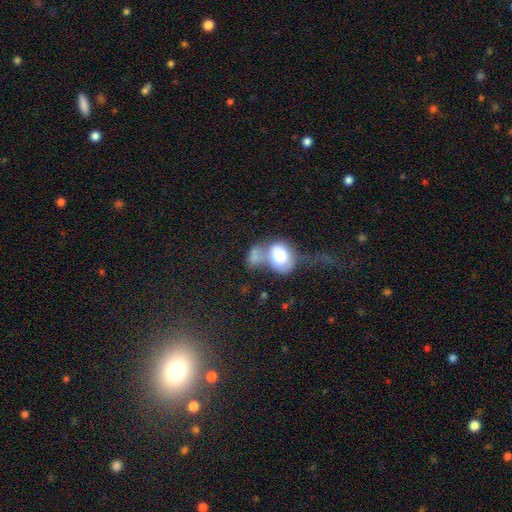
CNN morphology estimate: Overall: smooth (69%). How rounded: in between (67%; round 31%). Merging: merger (61%).